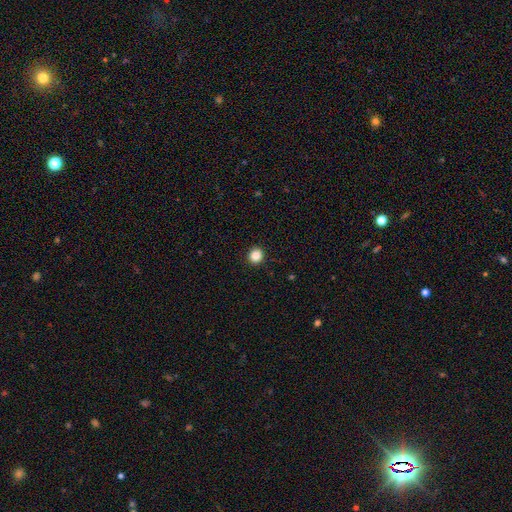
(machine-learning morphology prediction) Overall: smooth (86%). How rounded: round (88%). Merging: none (93%).